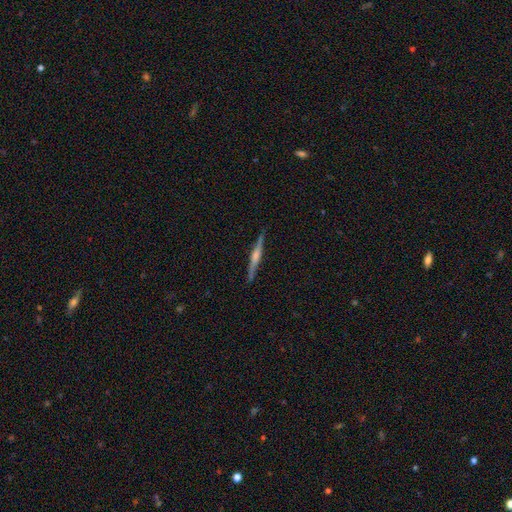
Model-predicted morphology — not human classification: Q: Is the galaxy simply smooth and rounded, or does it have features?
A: featured or disk — 69%.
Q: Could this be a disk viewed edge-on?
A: yes — 98%.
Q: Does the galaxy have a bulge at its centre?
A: rounded — 58%.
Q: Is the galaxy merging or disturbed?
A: none — 88%.